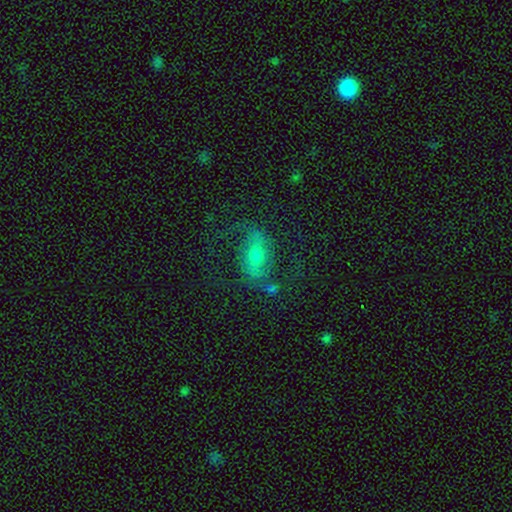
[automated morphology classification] This appears to be a featured or disk galaxy (67%) with a weak bar (40%), 2 (89%) loose (52%) spiral arms (86%) and a moderate central bulge (60%). Merging: none (64%).